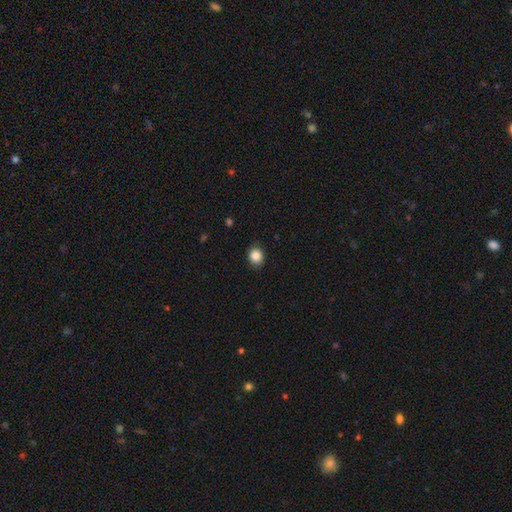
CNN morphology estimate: smooth-or-featured: smooth: 86% | star or artifact: 10% | featured or disk: 4%
  how-rounded: round: 71% | in between: 29% | cigar-shaped: 1%
  merging: none: 87% | minor disturbance: 9% | major disturbance: 2% | merger: 1%